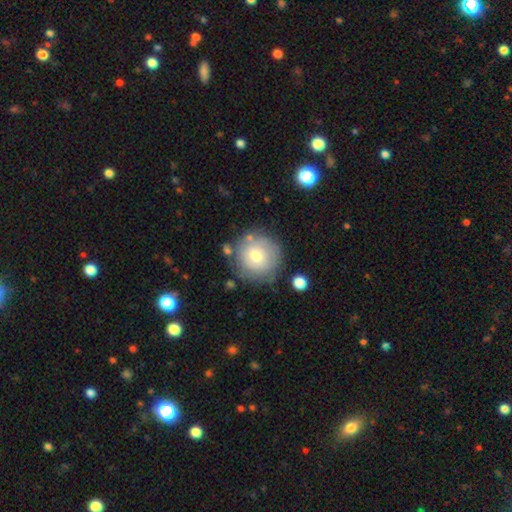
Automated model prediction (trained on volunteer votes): Smooth or featured?
  - smooth: 67% *
  - featured or disk: 24%
  - star or artifact: 9%
How rounded?
  - round: 95% *
  - in between: 4%
  - cigar-shaped: 1%
Merging?
  - none: 76% *
  - minor disturbance: 14%
  - merger: 5%
  - major disturbance: 5%